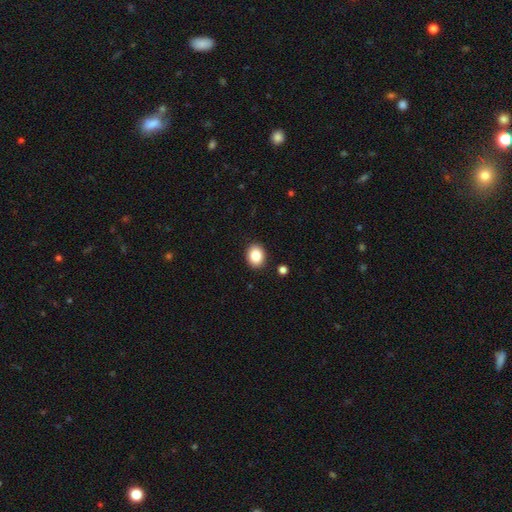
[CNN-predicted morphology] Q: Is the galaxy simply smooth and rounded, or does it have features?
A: smooth — 85%.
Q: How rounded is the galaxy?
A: in between — 56%.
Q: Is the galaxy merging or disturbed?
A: none — 89%.